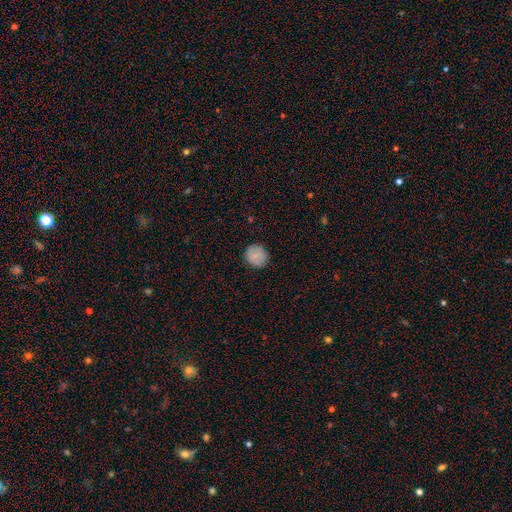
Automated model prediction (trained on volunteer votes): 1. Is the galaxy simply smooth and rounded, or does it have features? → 83% smooth, 9% featured or disk, 8% star or artifact.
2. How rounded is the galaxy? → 87% round, 12% in between, 1% cigar-shaped.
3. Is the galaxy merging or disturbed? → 88% none, 9% minor disturbance, 2% major disturbance, 1% merger.